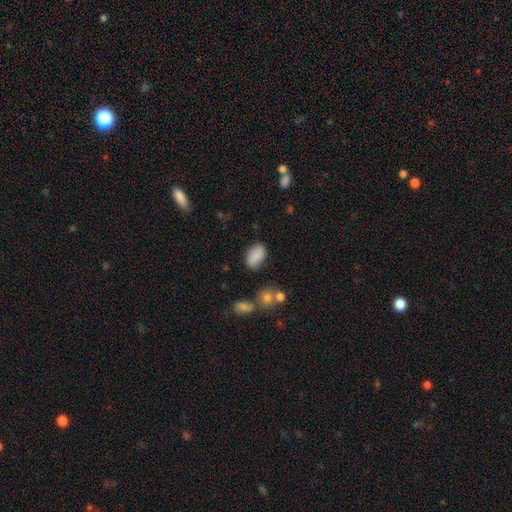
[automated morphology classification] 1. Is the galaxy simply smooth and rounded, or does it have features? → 84% smooth, 8% featured or disk, 8% star or artifact.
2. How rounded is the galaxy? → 90% in between, 8% round, 2% cigar-shaped.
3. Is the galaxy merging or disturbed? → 78% none, 15% minor disturbance, 4% major disturbance, 3% merger.